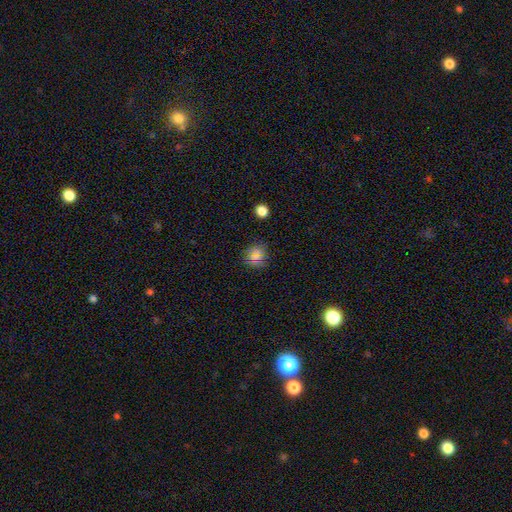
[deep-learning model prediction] Morphology: type=smooth (67%); roundness=round (88%); merging=none (87%).